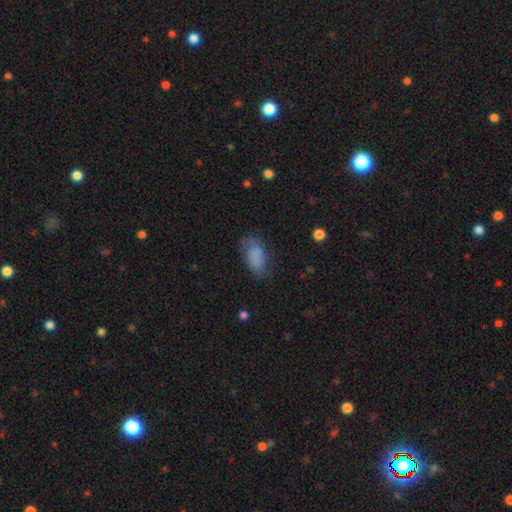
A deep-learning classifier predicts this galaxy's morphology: A smooth galaxy with no disk features (73%) that is in between round and cigar-shaped (92%).

Vote fractions:
- Smooth or featured? smooth: 73% / featured or disk: 17% / star or artifact: 10%
- How rounded? in between: 92% / round: 5% / cigar-shaped: 3%
- Merging? none: 54% / minor disturbance: 28% / major disturbance: 15% / merger: 3%